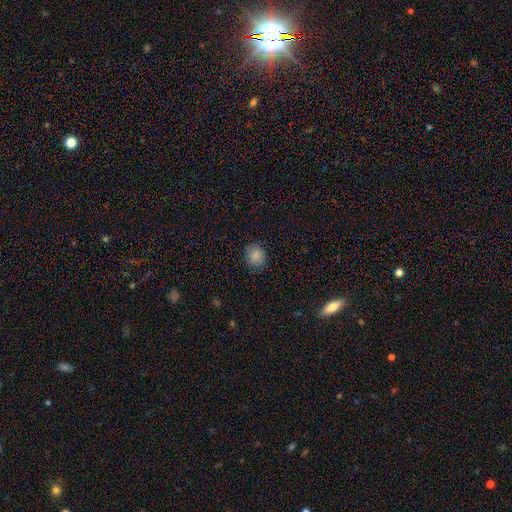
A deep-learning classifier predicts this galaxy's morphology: Smooth or featured?
  - smooth: 85% *
  - star or artifact: 10%
  - featured or disk: 5%
How rounded?
  - round: 63% *
  - in between: 36%
  - cigar-shaped: 1%
Merging?
  - none: 81% *
  - minor disturbance: 14%
  - major disturbance: 3%
  - merger: 1%